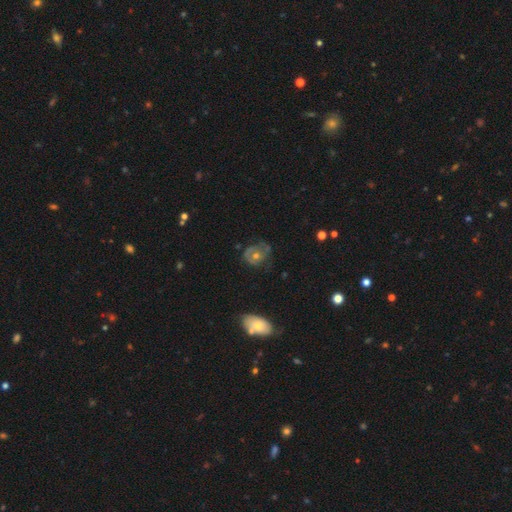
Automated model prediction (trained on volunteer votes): This is possibly a featured or disk galaxy (56%). It is clearly not viewed edge-on (95%). Bar: clearly no (82%). Spiral arm pattern: possibly yes (59%). Central bulge: possibly moderate (56%). Merging: possibly none (59%).